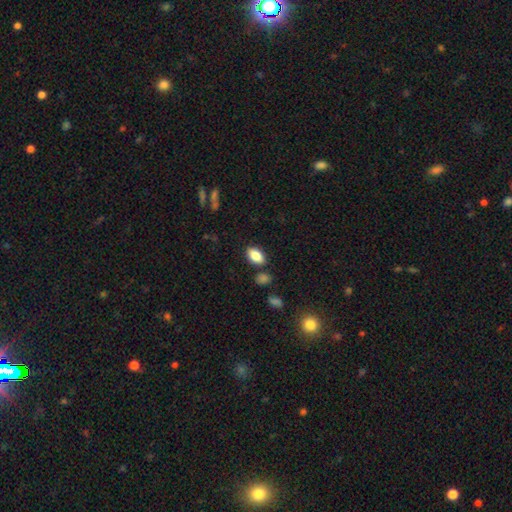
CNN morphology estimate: Smooth or featured? Predicted: smooth (p=0.85). How rounded? Predicted: in between (p=0.91). Merging? Predicted: none (p=0.83).